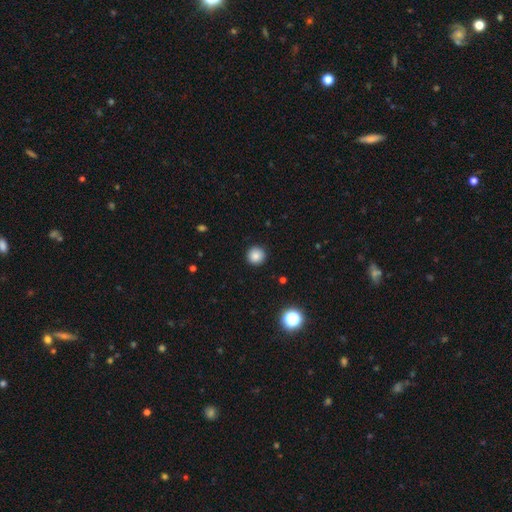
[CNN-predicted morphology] This appears to be a smooth galaxy with no disk features (85%) that is round (95%). Merging: none (92%).